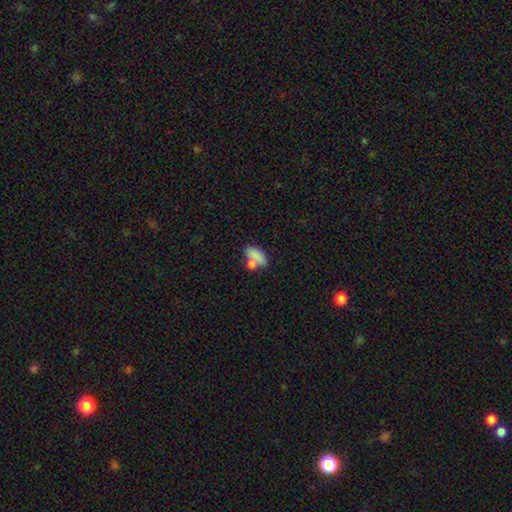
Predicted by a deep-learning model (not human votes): Smooth or featured? smooth (80%)
How rounded? in between (86%)
Merging? none (46%)